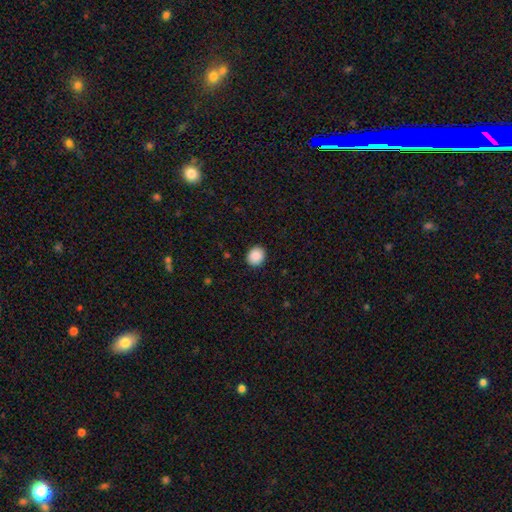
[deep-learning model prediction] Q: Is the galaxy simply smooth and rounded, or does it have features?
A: smooth — 89%.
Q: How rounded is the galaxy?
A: round — 72%.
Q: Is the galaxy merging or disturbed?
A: none — 91%.